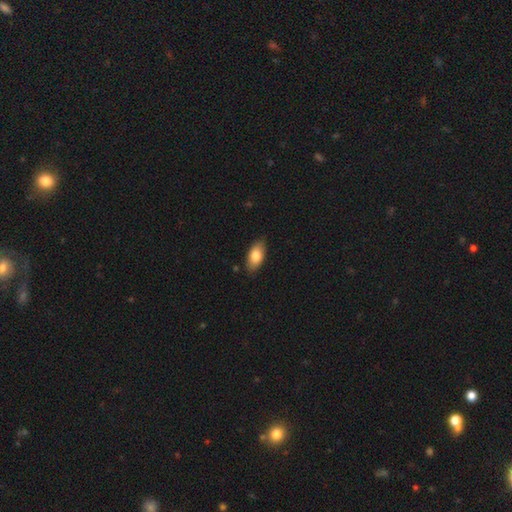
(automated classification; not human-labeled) Smooth or featured: smooth — 80% (featured or disk — 13%)
How rounded: in between — 91% (cigar-shaped — 5%)
Merging: none — 84% (minor disturbance — 13%)